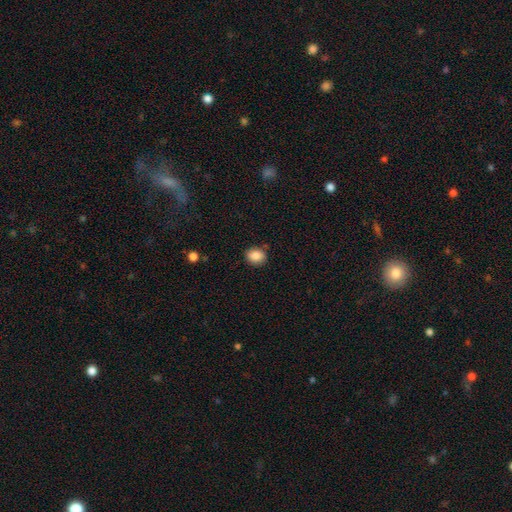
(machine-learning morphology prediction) Smooth or featured?
  - smooth: 87% *
  - star or artifact: 8%
  - featured or disk: 4%
How rounded?
  - round: 55% *
  - in between: 44%
  - cigar-shaped: 1%
Merging?
  - none: 85% *
  - minor disturbance: 10%
  - major disturbance: 2%
  - merger: 2%